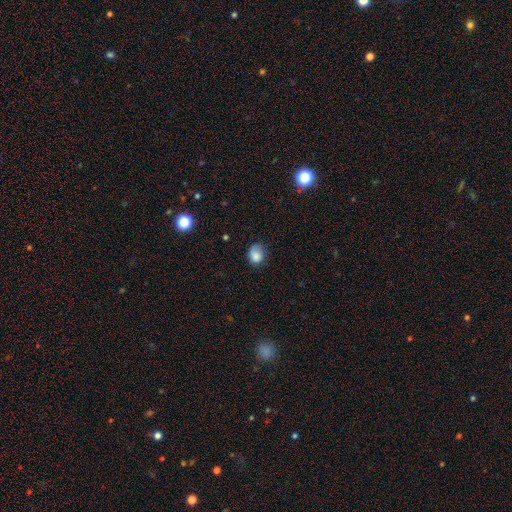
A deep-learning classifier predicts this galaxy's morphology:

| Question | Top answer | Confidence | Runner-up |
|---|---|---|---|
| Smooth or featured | smooth | 81% | star or artifact (9%) |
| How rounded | round | 51% | in between (48%) |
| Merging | none | 55% | minor disturbance (32%) |